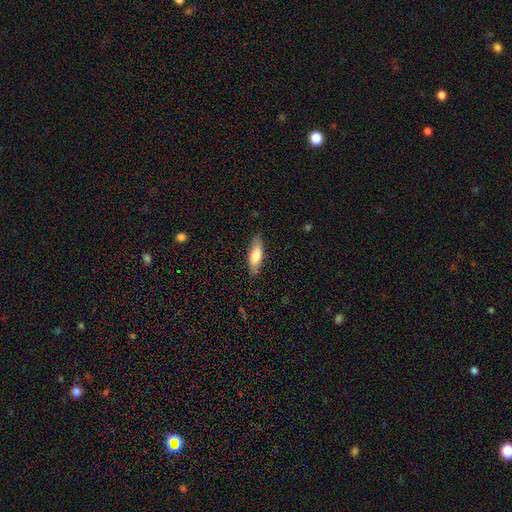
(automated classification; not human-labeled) A smooth galaxy with no disk features (71%) that is in between round and cigar-shaped (54%).

Vote fractions:
- Smooth or featured? smooth: 71% / featured or disk: 23% / star or artifact: 6%
- How rounded? in between: 54% / cigar-shaped: 44% / round: 2%
- Merging? none: 86% / minor disturbance: 11% / major disturbance: 2% / merger: 1%